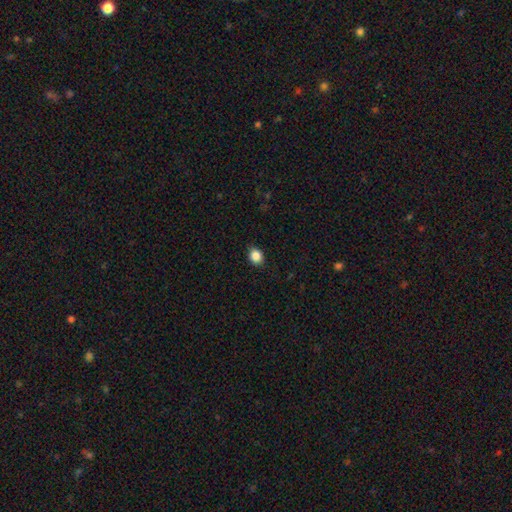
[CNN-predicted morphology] type=smooth (86%); roundness=round (60%); merging=none (89%).